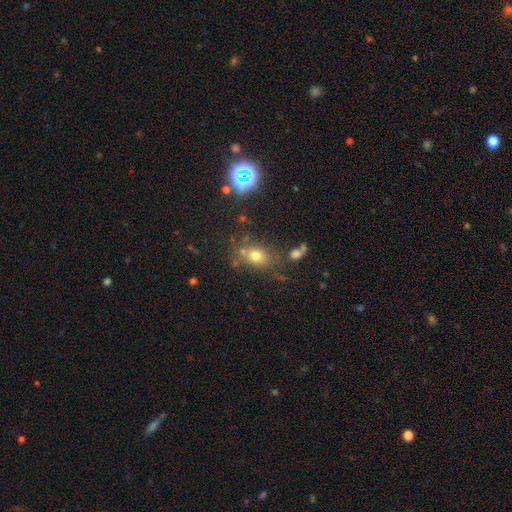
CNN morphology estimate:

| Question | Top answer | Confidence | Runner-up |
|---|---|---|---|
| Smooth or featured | smooth | 67% | star or artifact (21%) |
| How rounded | in between | 52% | round (47%) |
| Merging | none | 67% | minor disturbance (15%) |